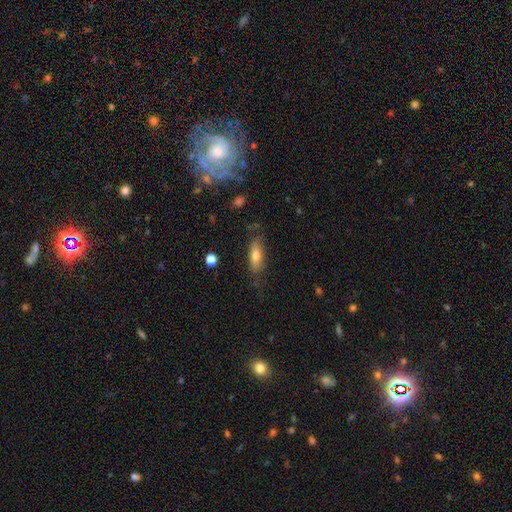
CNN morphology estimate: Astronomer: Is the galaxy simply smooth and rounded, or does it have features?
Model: smooth — 69%.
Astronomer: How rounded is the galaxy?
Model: in between — 58% (runner-up: cigar-shaped, 39%).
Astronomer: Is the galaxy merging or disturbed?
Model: none — 69%.